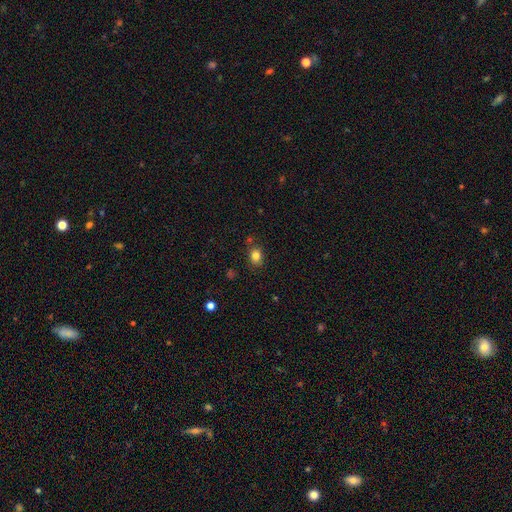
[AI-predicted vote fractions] Morphology: type=smooth (81%); roundness=in between (54%); merging=none (78%).